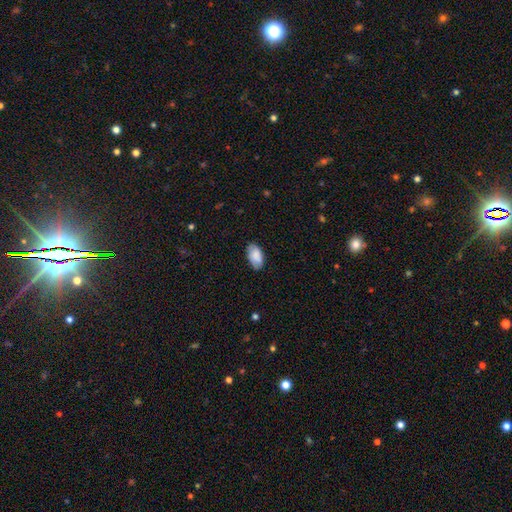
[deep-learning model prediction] smooth_or_featured: smooth (p=0.82) [alt: featured or disk p=0.11]
how_rounded: in between (p=0.95) [alt: round p=0.03]
merging: none (p=0.80) [alt: minor disturbance p=0.16]